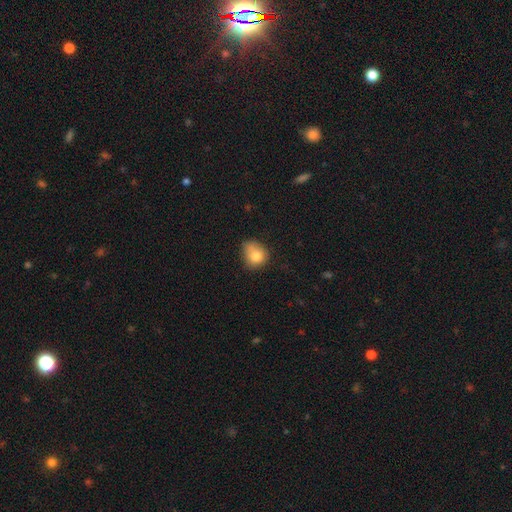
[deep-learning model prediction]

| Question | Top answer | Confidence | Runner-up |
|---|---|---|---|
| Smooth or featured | smooth | 79% | featured or disk (11%) |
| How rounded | round | 63% | in between (36%) |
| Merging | none | 42% | minor disturbance (36%) |